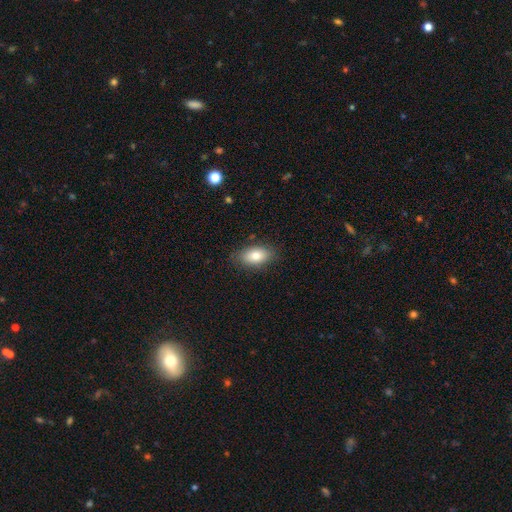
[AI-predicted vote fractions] Overall: smooth (80%). How rounded: in between (90%). Merging: none (84%).